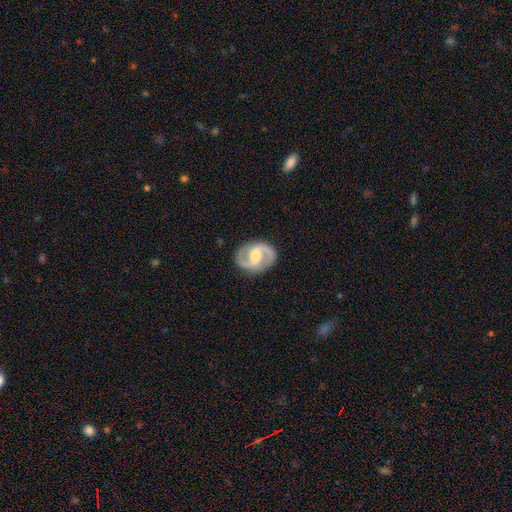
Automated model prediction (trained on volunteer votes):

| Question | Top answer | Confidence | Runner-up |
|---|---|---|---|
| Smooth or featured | featured or disk | 90% | smooth (6%) |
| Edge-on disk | no | 98% | yes (2%) |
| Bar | weak | 48% | strong (26%) |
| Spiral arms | yes | 97% | no (3%) |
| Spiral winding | medium | 61% | loose (21%) |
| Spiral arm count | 2 | 94% | can't tell (2%) |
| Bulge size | moderate | 59% | small (27%) |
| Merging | none | 87% | minor disturbance (9%) |